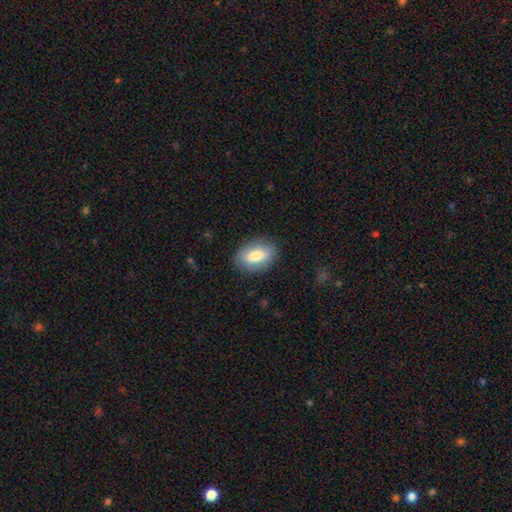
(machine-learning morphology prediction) A smooth galaxy with no disk features (79%) that is in between round and cigar-shaped (90%).

Vote fractions:
- Smooth or featured? smooth: 79% / featured or disk: 15% / star or artifact: 7%
- How rounded? in between: 90% / round: 7% / cigar-shaped: 2%
- Merging? none: 85% / minor disturbance: 11% / major disturbance: 3% / merger: 1%